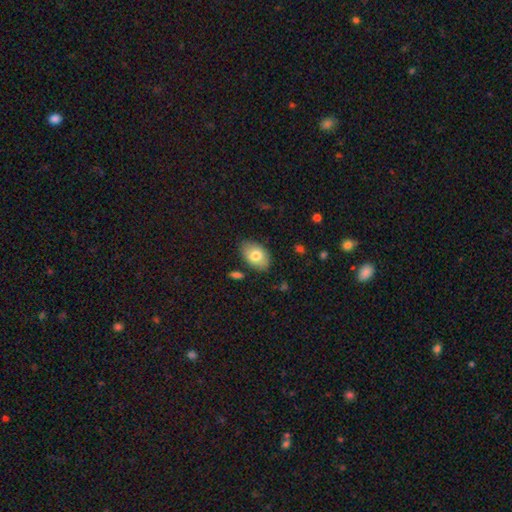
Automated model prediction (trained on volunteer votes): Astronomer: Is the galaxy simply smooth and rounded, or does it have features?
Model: smooth — 76%.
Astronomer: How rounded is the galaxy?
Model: in between — 88%.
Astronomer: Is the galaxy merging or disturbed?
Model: none — 82%.